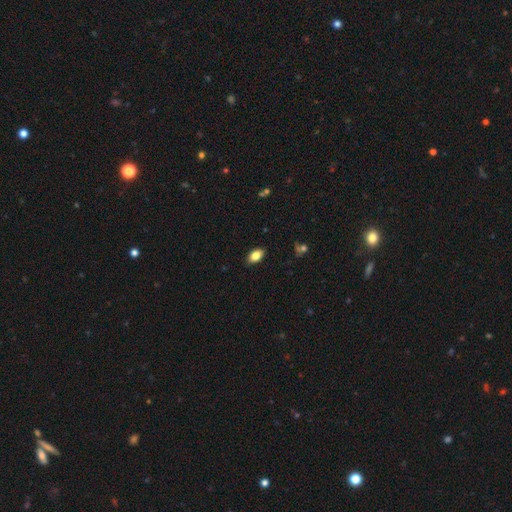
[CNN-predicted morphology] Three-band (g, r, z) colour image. It shows a smooth galaxy with no disk features (83%) that is in between round and cigar-shaped (91%). Merging: none (88%).